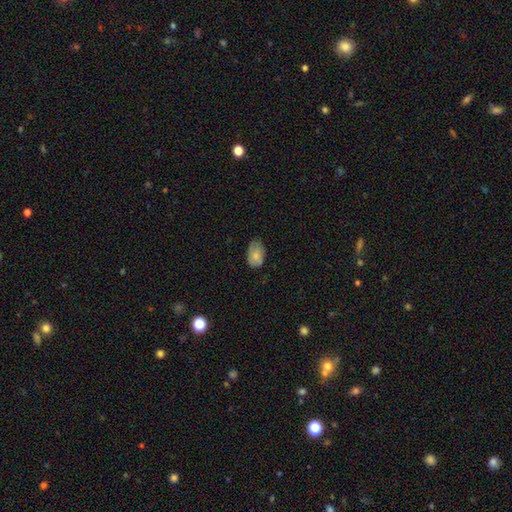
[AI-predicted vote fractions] Overall: smooth (73%). How rounded: in between (87%). Merging: none (63%; minor disturbance 30%).